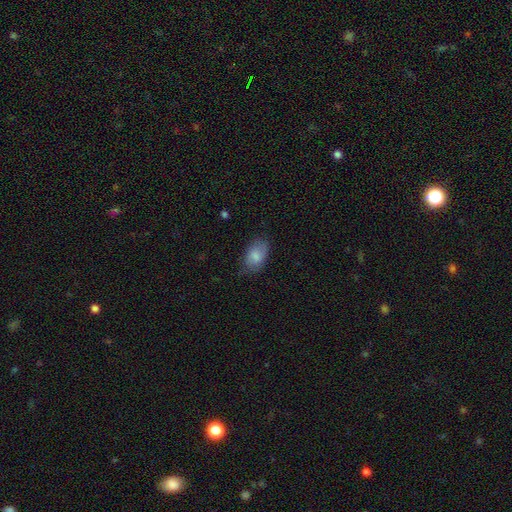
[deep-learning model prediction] smooth_or_featured: smooth (p=0.79) [alt: featured or disk p=0.14]
how_rounded: in between (p=0.92) [alt: round p=0.07]
merging: none (p=0.68) [alt: minor disturbance p=0.24]